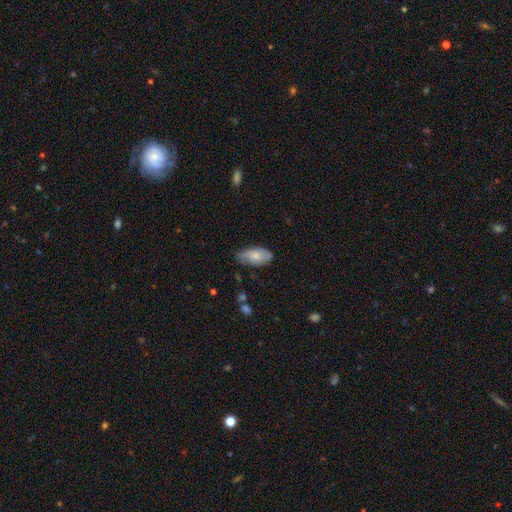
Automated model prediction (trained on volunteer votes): The model was most divided on "smooth or featured": smooth: 63%, featured or disk: 31%, star or artifact: 6%. More confident: how rounded — in between (93%); merging — none (65%).